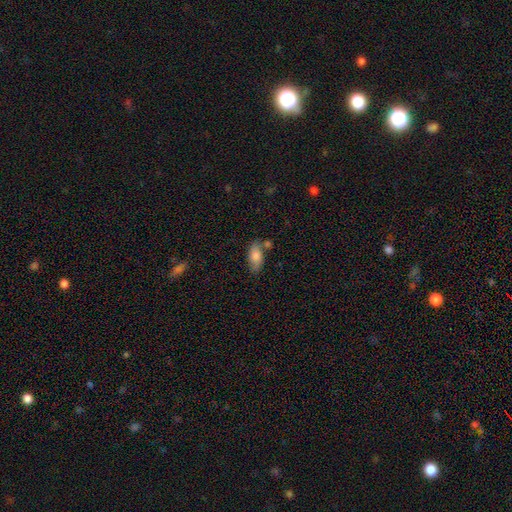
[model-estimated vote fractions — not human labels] smooth-or-featured: smooth: 79% | featured or disk: 14% | star or artifact: 7%
  how-rounded: in between: 88% | cigar-shaped: 9% | round: 3%
  merging: none: 65% | minor disturbance: 18% | merger: 12% | major disturbance: 5%